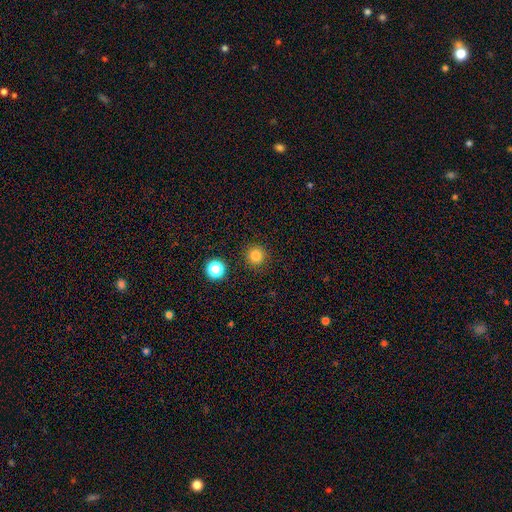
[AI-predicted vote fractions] Q: Smooth or featured?
A: smooth (81%); runner-up: star or artifact (14%)
Q: How rounded?
A: round (95%); runner-up: in between (4%)
Q: Merging?
A: none (91%); runner-up: minor disturbance (5%)